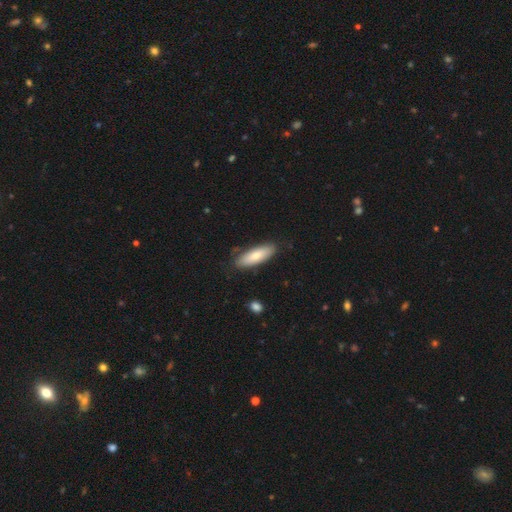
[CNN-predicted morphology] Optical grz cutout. It shows a smooth galaxy with no disk features (77%) that is in between round and cigar-shaped (55%). Merging: none (82%).